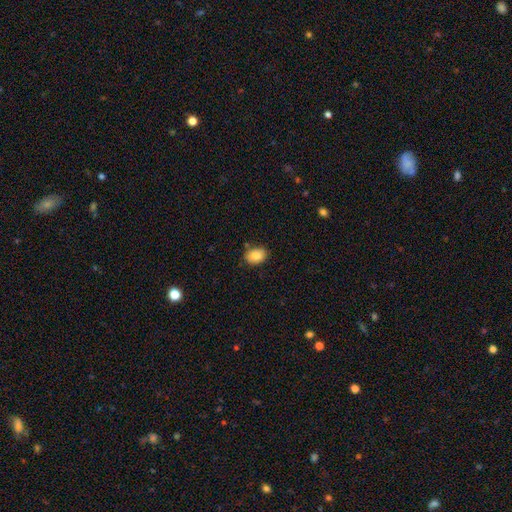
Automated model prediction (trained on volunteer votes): Smooth or featured? Predicted: smooth (p=0.88). How rounded? Predicted: in between (p=0.75). Merging? Predicted: none (p=0.79).